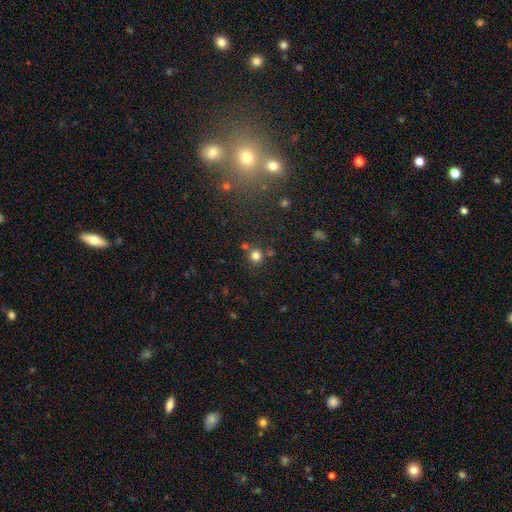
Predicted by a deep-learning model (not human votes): Overall: smooth (78%). How rounded: round (93%). Merging: none (77%).